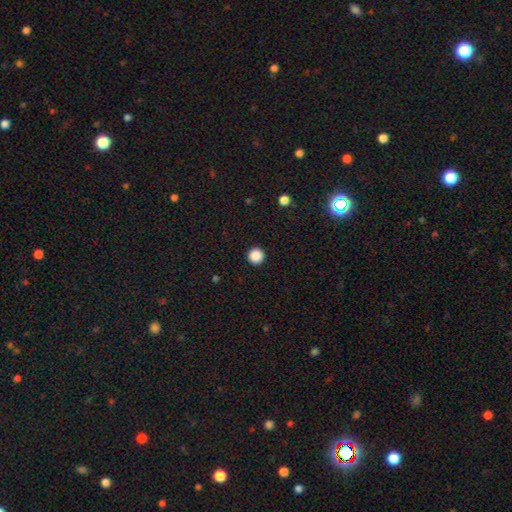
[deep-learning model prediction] A smooth galaxy with no disk features (88%) that is round (97%). Merging: none (94%).